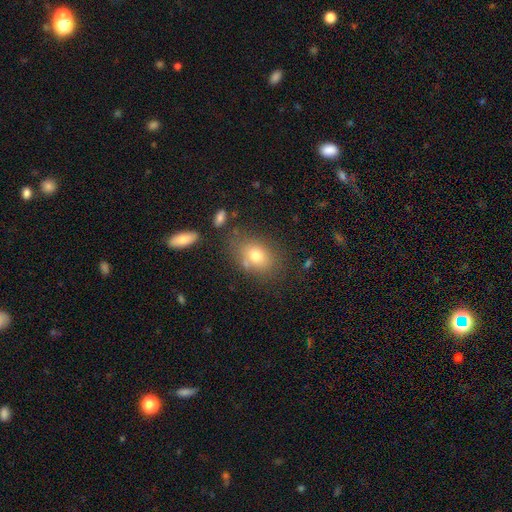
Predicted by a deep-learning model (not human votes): Q: Smooth or featured?
A: smooth (76%); runner-up: featured or disk (13%)
Q: How rounded?
A: in between (72%); runner-up: round (26%)
Q: Merging?
A: none (71%); runner-up: minor disturbance (15%)